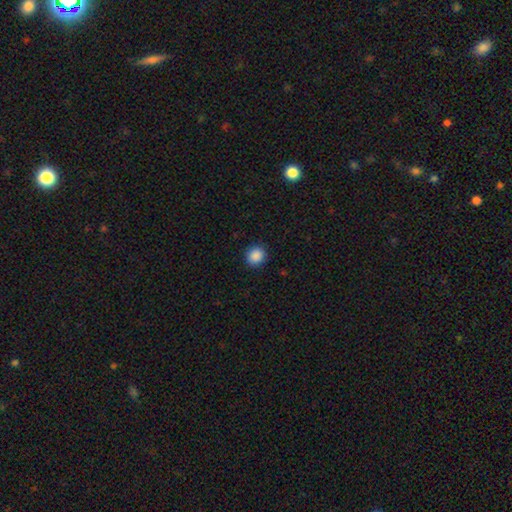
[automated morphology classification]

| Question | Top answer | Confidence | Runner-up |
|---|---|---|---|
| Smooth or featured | smooth | 88% | star or artifact (9%) |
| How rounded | round | 83% | in between (17%) |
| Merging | none | 90% | minor disturbance (6%) |